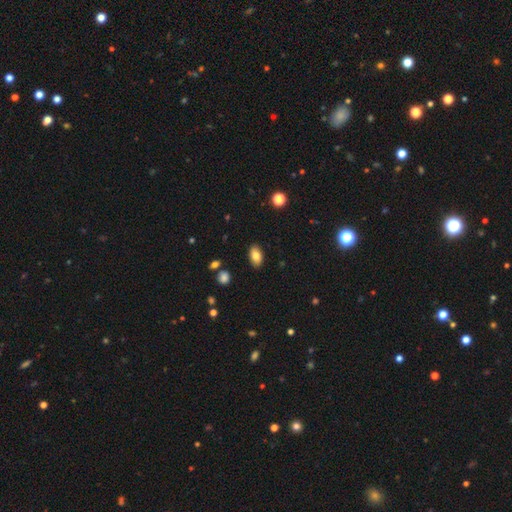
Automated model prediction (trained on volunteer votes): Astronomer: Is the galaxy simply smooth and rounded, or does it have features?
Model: smooth — 81%.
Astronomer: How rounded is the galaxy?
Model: in between — 91%.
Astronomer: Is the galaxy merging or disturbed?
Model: none — 88%.